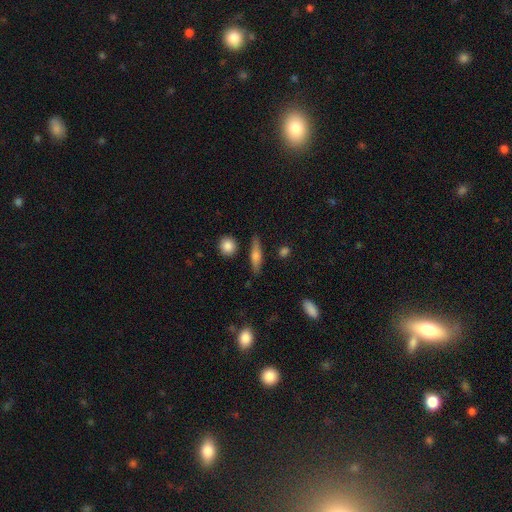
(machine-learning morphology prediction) smooth 58%, featured or disk 35%, star or artifact 7%. Down the decision tree: how rounded — cigar-shaped (68%); merging — none (84%).